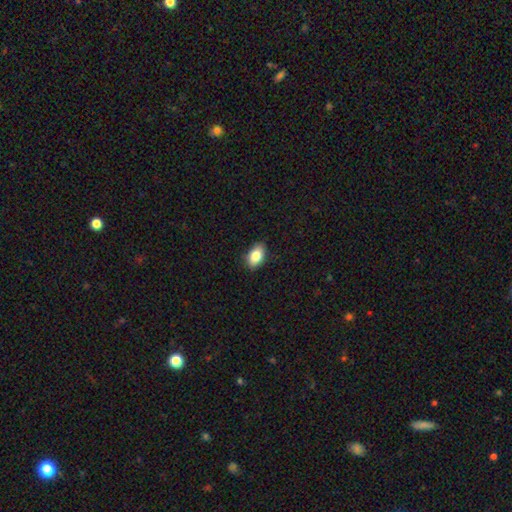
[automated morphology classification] A smooth galaxy with no disk features (84%) that is in between round and cigar-shaped (90%). Merging: none (87%).